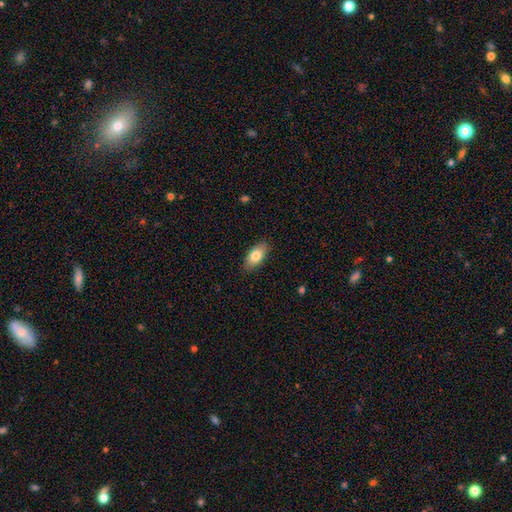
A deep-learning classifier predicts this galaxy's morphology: Smooth or featured? Predicted: smooth (p=0.81). How rounded? Predicted: in between (p=0.89). Merging? Predicted: none (p=0.87).